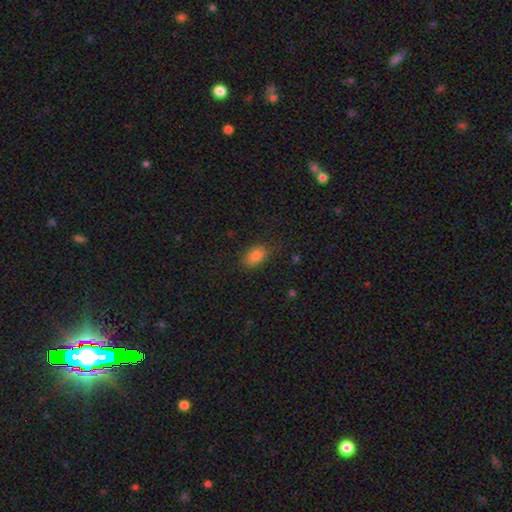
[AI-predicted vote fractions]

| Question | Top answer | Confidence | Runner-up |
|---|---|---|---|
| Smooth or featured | smooth | 84% | star or artifact (11%) |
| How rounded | in between | 87% | round (11%) |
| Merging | none | 78% | minor disturbance (16%) |